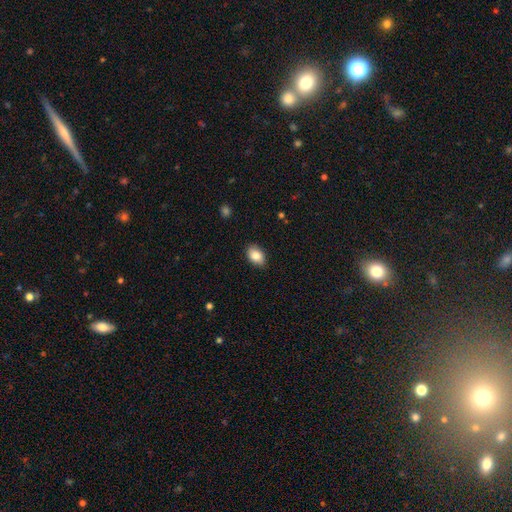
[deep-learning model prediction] Overall: smooth (86%). How rounded: in between (87%). Merging: none (85%).